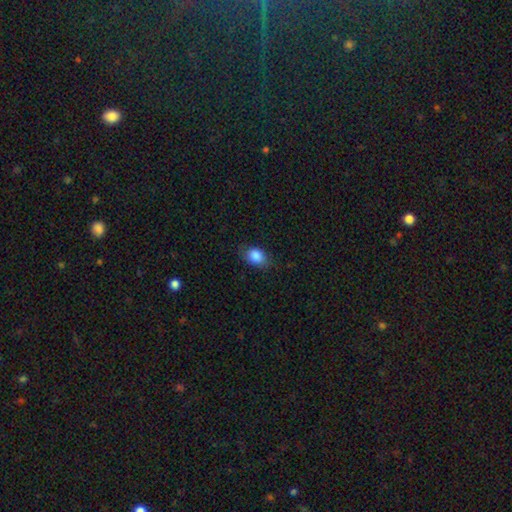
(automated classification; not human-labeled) Smooth or featured? Predicted: smooth (p=0.87). How rounded? Predicted: in between (p=0.80). Merging? Predicted: none (p=0.77).